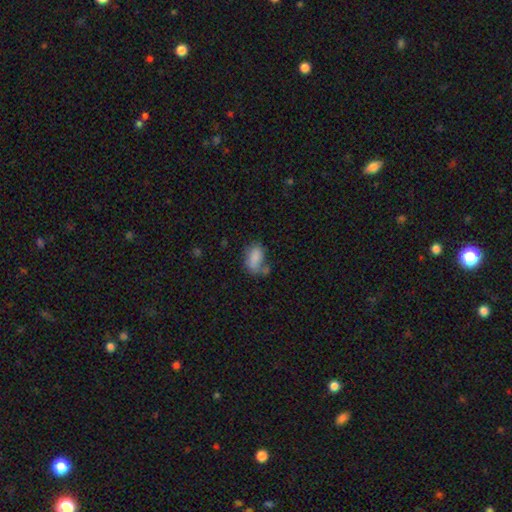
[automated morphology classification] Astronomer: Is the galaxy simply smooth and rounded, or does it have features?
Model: smooth — 77%.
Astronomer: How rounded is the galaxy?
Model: in between — 89%.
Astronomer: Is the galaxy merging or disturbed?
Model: none — 39% (runner-up: minor disturbance, 24%).